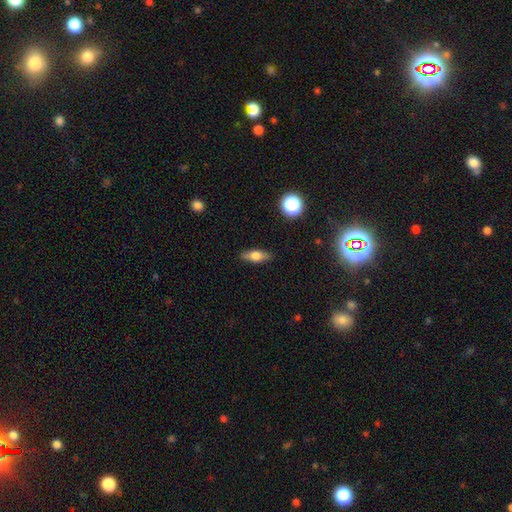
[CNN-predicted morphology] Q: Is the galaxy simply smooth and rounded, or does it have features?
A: smooth — 61%.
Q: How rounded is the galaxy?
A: in between — 66%.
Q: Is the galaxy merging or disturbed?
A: none — 86%.